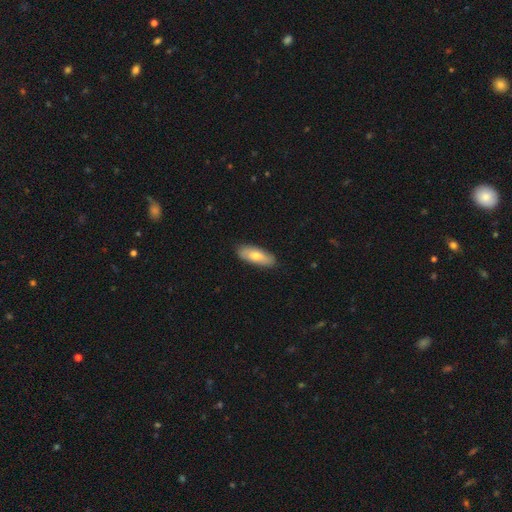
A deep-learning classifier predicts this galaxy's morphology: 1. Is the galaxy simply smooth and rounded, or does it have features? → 72% smooth, 22% featured or disk, 5% star or artifact.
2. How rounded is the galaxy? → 72% in between, 25% cigar-shaped, 2% round.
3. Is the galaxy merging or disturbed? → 87% none, 10% minor disturbance, 2% major disturbance, 1% merger.